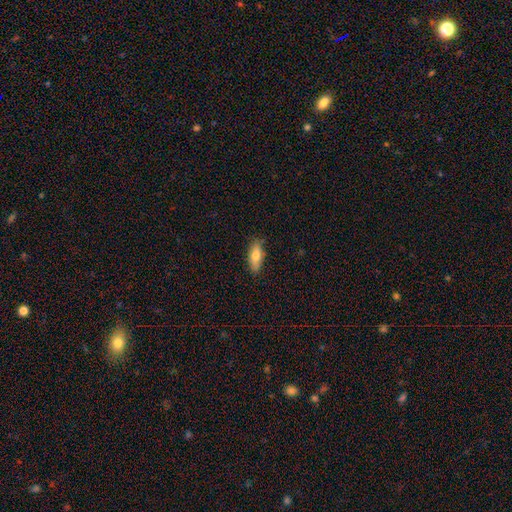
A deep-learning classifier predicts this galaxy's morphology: Smooth or featured?
  - smooth: 75% *
  - featured or disk: 19%
  - star or artifact: 6%
How rounded?
  - in between: 69% *
  - cigar-shaped: 28%
  - round: 2%
Merging?
  - none: 83% *
  - minor disturbance: 13%
  - major disturbance: 2%
  - merger: 1%